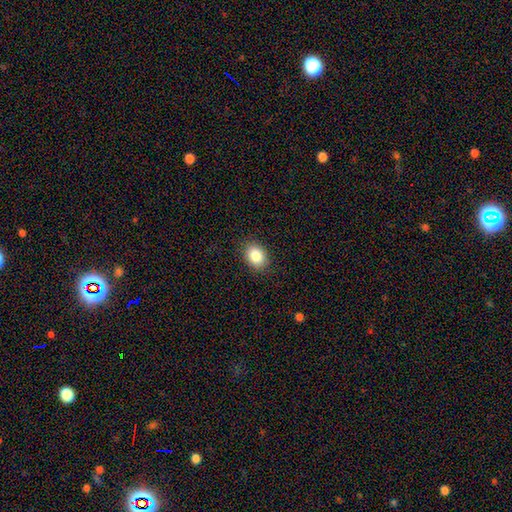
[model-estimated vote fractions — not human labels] This is clearly a smooth galaxy (85%). How rounded: possibly in between (60%). Merging: clearly none (88%).